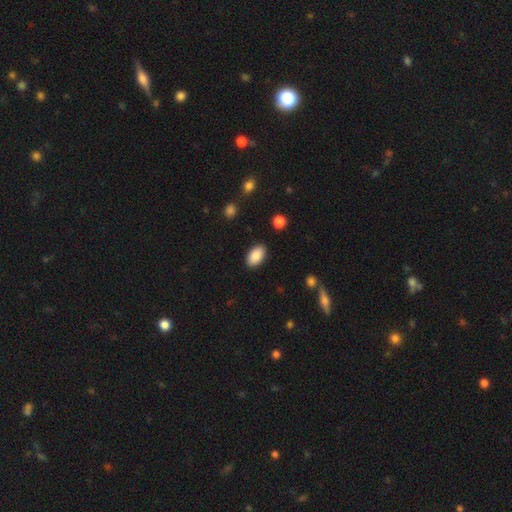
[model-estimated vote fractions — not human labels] A smooth galaxy with no disk features (88%) that is in between round and cigar-shaped (94%).

Vote fractions:
- Smooth or featured? smooth: 88% / star or artifact: 7% / featured or disk: 5%
- How rounded? in between: 94% / round: 5% / cigar-shaped: 2%
- Merging? none: 88% / minor disturbance: 8% / major disturbance: 2% / merger: 1%